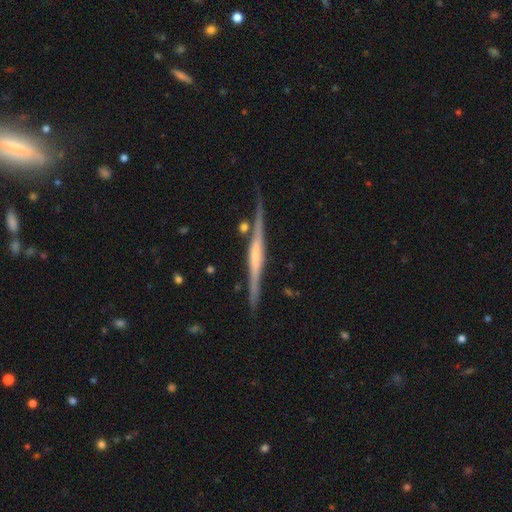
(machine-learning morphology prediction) This appears to be a featured or disk galaxy (75%) viewed edge-on (98%) with a rounded central bulge (39%). Merging: none (81%).